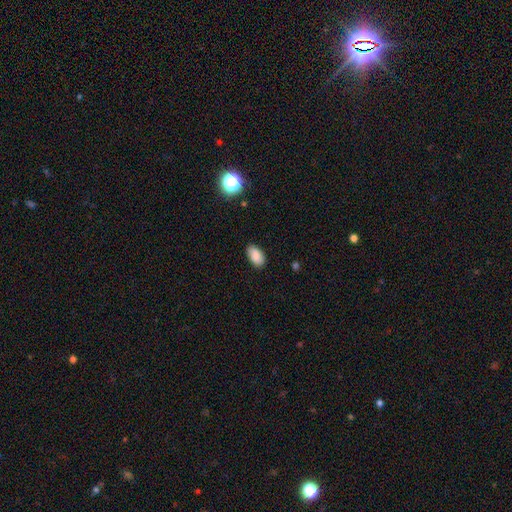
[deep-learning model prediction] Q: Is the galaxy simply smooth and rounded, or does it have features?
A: smooth — 87%.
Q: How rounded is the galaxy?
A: in between — 95%.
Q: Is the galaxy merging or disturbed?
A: none — 86%.